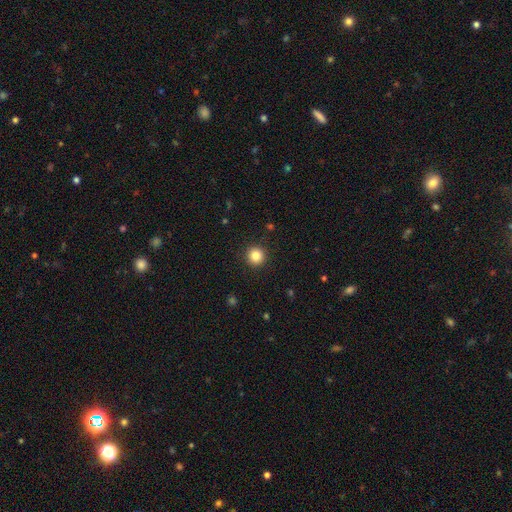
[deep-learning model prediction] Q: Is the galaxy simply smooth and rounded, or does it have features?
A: smooth — 84%.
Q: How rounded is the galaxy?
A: round — 95%.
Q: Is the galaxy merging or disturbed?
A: none — 92%.